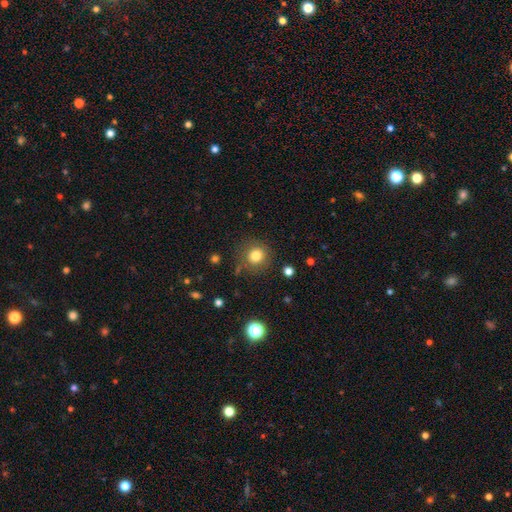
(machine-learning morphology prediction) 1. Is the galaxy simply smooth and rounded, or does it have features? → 79% smooth, 13% star or artifact, 8% featured or disk.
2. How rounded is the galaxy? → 92% round, 7% in between, 1% cigar-shaped.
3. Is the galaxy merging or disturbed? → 83% none, 10% minor disturbance, 4% major disturbance, 3% merger.